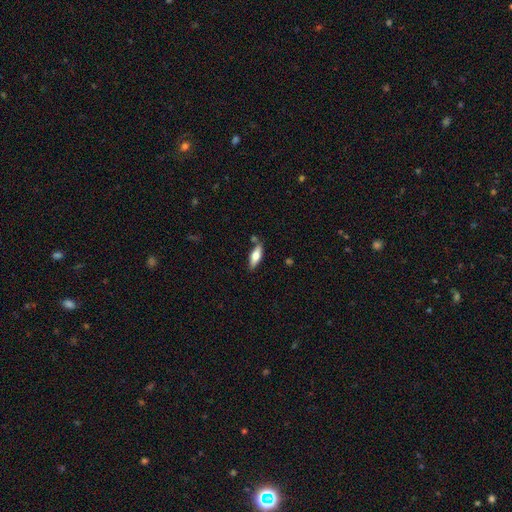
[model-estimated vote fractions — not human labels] smooth_or_featured: smooth (p=0.62) [alt: featured or disk p=0.32]
how_rounded: in between (p=0.58) [alt: cigar-shaped p=0.39]
merging: none (p=0.73) [alt: minor disturbance p=0.16]